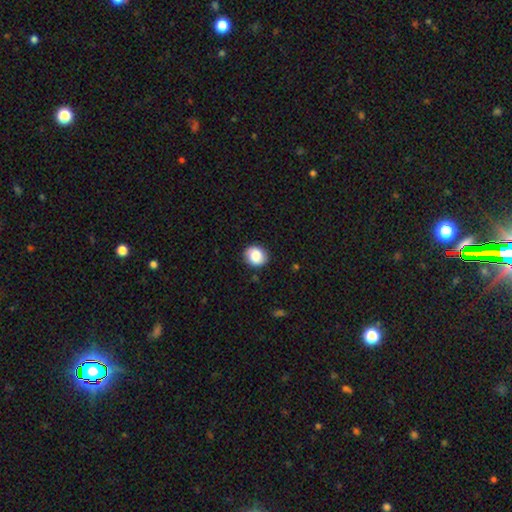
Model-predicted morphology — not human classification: Smooth or featured?
  - smooth: 82% *
  - featured or disk: 10%
  - star or artifact: 8%
How rounded?
  - round: 74% *
  - in between: 25%
  - cigar-shaped: 1%
Merging?
  - none: 86% *
  - minor disturbance: 11%
  - major disturbance: 2%
  - merger: 1%